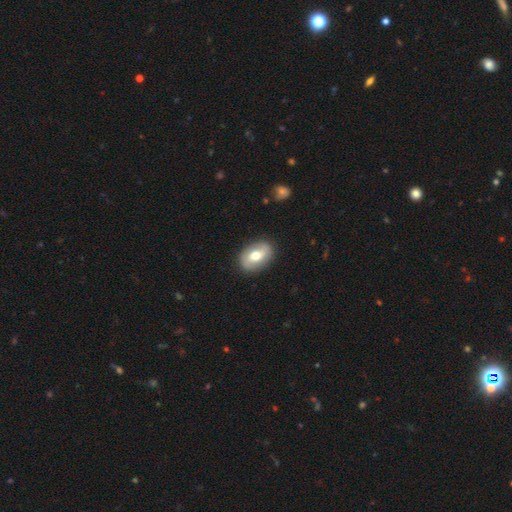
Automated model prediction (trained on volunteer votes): A smooth galaxy with no disk features (52%) that is in between round and cigar-shaped (81%).

Vote fractions:
- Smooth or featured? smooth: 52% / featured or disk: 42% / star or artifact: 6%
- How rounded? in between: 81% / round: 18% / cigar-shaped: 1%
- Merging? none: 86% / minor disturbance: 10% / major disturbance: 3% / merger: 1%